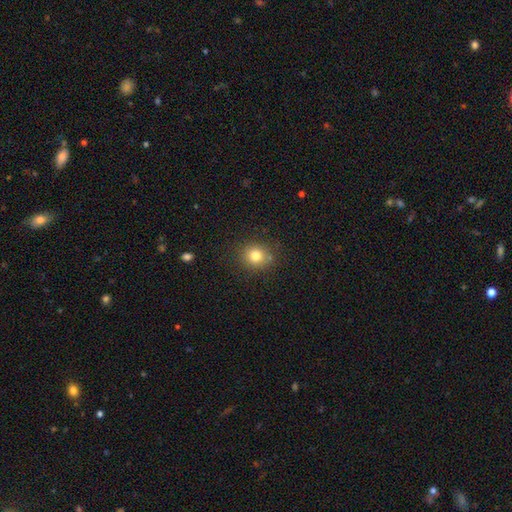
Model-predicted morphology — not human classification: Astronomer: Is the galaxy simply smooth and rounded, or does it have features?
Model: smooth — 80%.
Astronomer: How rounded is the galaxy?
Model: round — 84%.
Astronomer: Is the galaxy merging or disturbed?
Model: none — 83%.